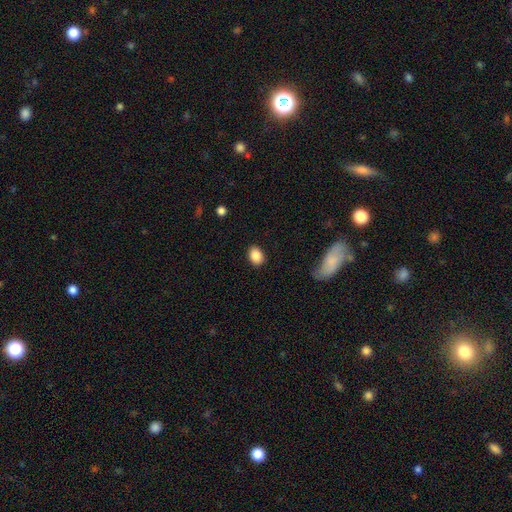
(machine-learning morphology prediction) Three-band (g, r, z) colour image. It shows a smooth galaxy with no disk features (87%) that is in between round and cigar-shaped (75%). Merging: none (87%).